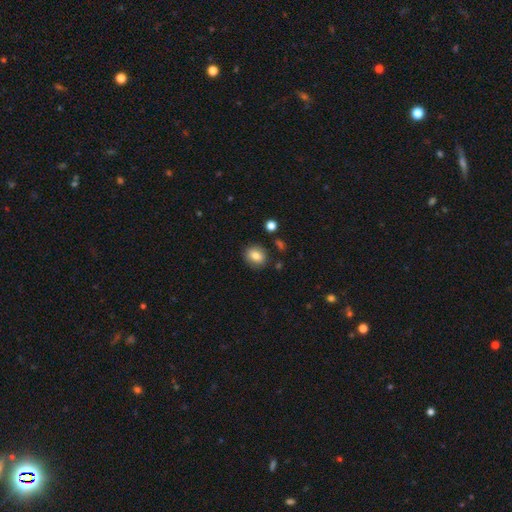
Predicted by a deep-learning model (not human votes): Overall: smooth (79%). How rounded: round (72%). Merging: none (85%).